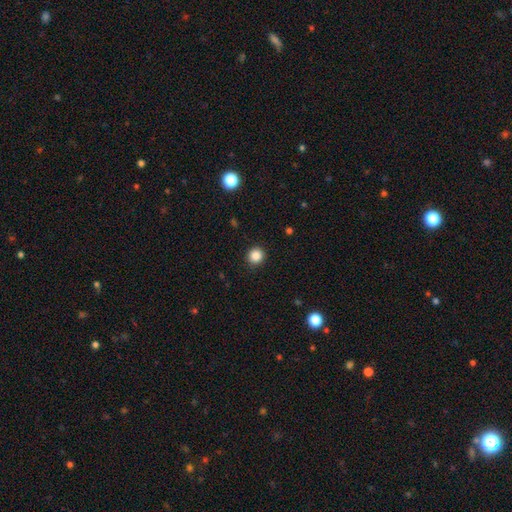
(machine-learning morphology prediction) The model was most divided on "smooth or featured": smooth: 86%, star or artifact: 11%, featured or disk: 3%. More confident: how rounded — round (93%); merging — none (92%).